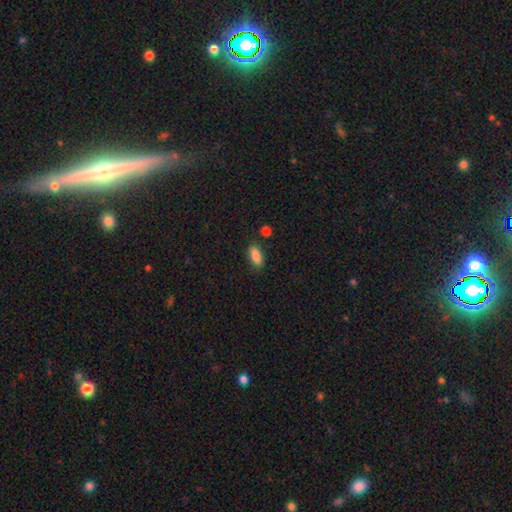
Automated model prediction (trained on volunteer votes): Overall: smooth (86%). How rounded: in between (86%). Merging: none (83%).